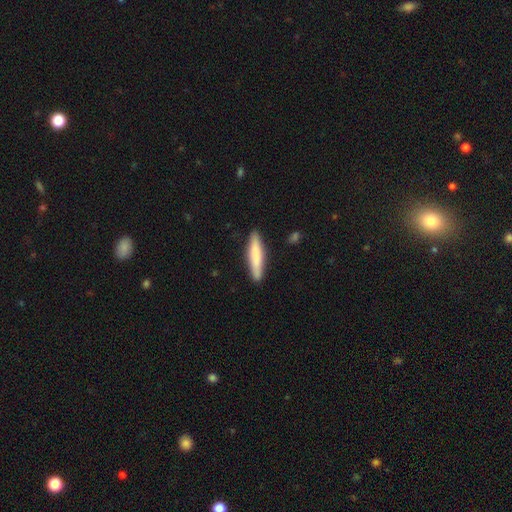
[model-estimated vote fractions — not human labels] Smooth or featured? smooth (76%)
How rounded? cigar-shaped (89%)
Merging? none (88%)